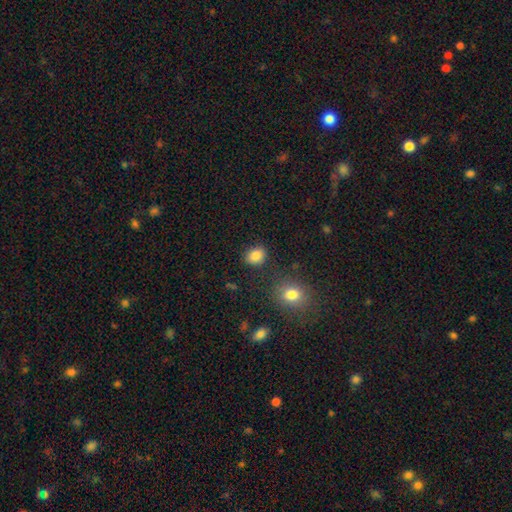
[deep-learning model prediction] Morphology: type=smooth (85%); roundness=round (54%); merging=none (82%).